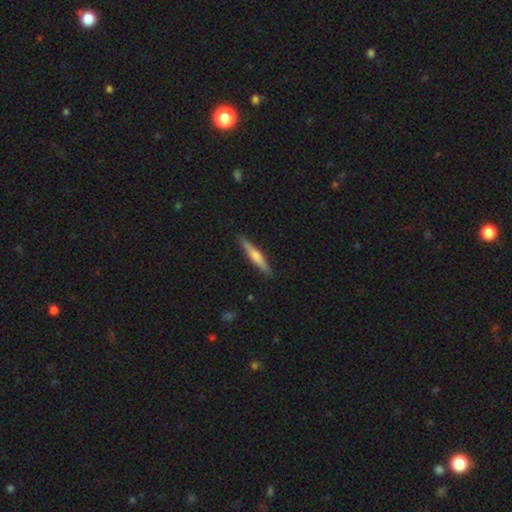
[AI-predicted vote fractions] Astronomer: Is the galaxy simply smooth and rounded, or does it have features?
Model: smooth — 48% (runner-up: featured or disk, 46%).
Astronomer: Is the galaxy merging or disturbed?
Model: none — 89%.